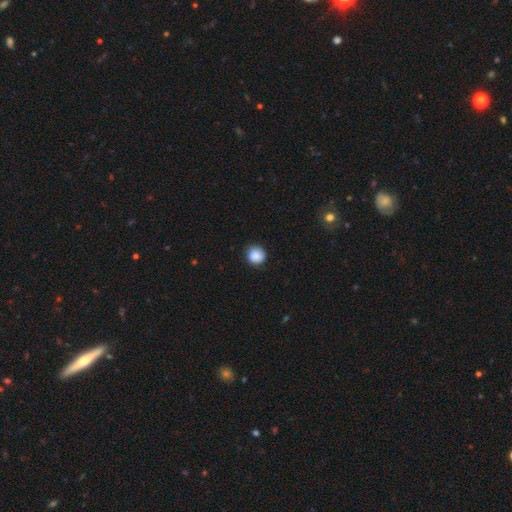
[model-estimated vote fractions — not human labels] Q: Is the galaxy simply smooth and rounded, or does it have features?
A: smooth — 88%.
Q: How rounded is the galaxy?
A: round — 91%.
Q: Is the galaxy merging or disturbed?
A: none — 86%.